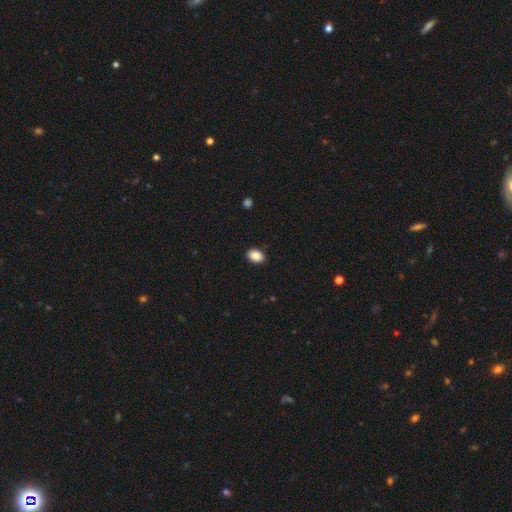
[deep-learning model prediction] Morphology: type=smooth (89%); roundness=in between (78%); merging=none (89%).